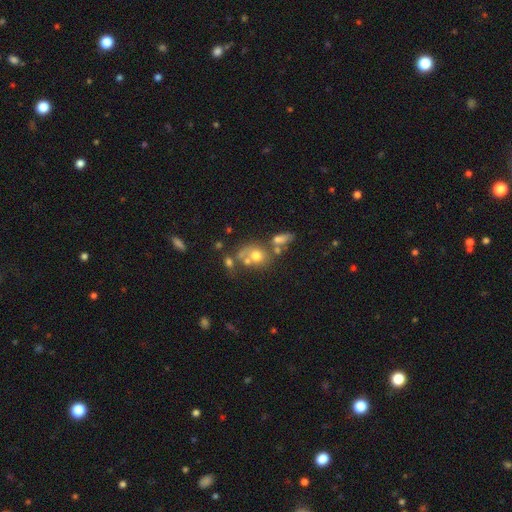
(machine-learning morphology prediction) A smooth galaxy with no disk features (60%) that is round (58%). Merging: merger (37%, tied with none).